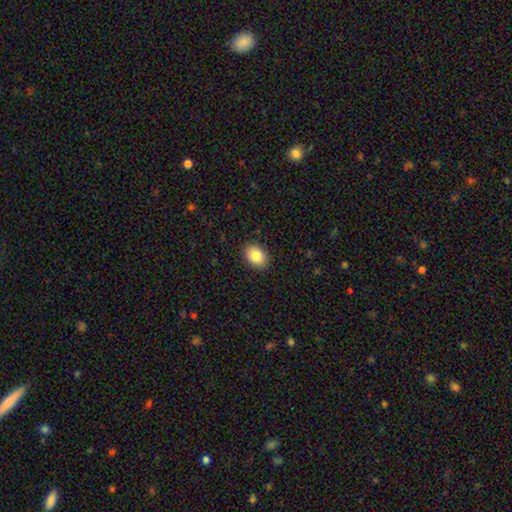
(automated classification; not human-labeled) Q: Smooth or featured?
A: smooth (85%); runner-up: star or artifact (8%)
Q: How rounded?
A: in between (73%); runner-up: round (27%)
Q: Merging?
A: none (89%); runner-up: minor disturbance (8%)